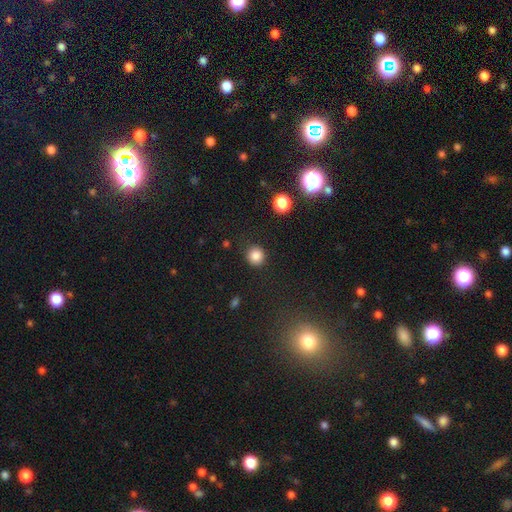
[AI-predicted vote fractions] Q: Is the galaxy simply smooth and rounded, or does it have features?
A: smooth — 85%.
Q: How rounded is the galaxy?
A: round — 92%.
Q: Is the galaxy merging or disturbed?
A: none — 88%.